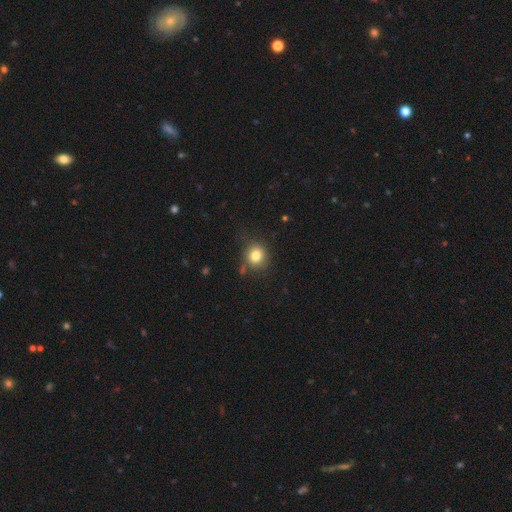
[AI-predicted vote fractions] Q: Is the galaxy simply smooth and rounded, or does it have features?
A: smooth — 81%.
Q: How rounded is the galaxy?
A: round — 83%.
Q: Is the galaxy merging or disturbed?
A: none — 77%.